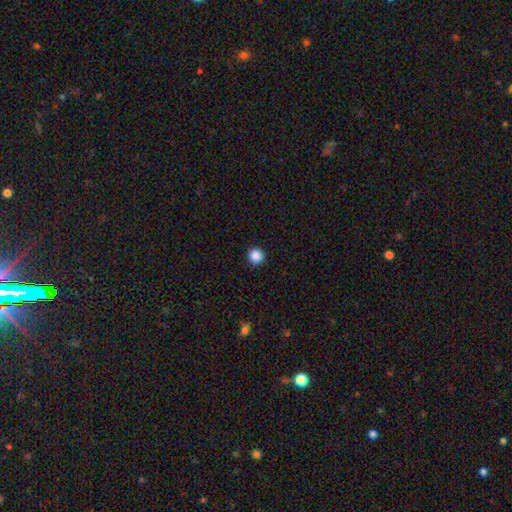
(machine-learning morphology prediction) Overall: smooth (87%). How rounded: round (95%). Merging: none (92%).